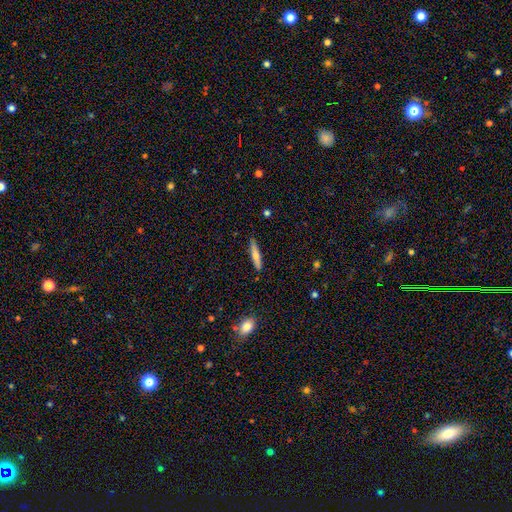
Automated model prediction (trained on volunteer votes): Overall: smooth (65%; featured or disk 29%). How rounded: cigar-shaped (90%). Merging: none (85%).